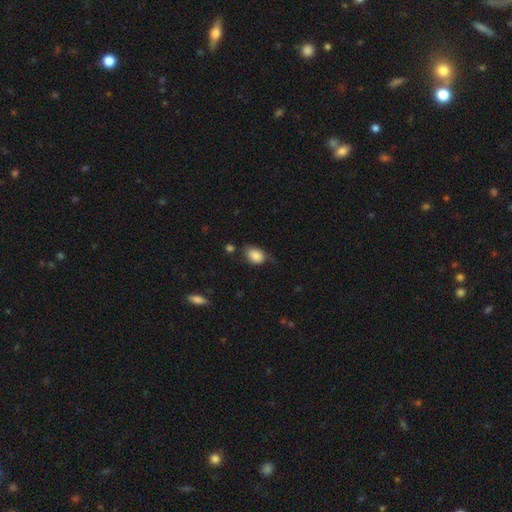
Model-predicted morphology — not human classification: Smooth or featured: smooth — 85% (star or artifact — 8%)
How rounded: in between — 76% (round — 23%)
Merging: none — 56% (minor disturbance — 31%)